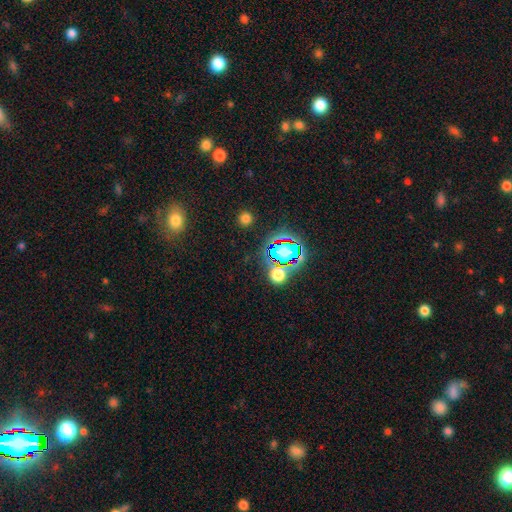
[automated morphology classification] Overall: star or artifact (74%).